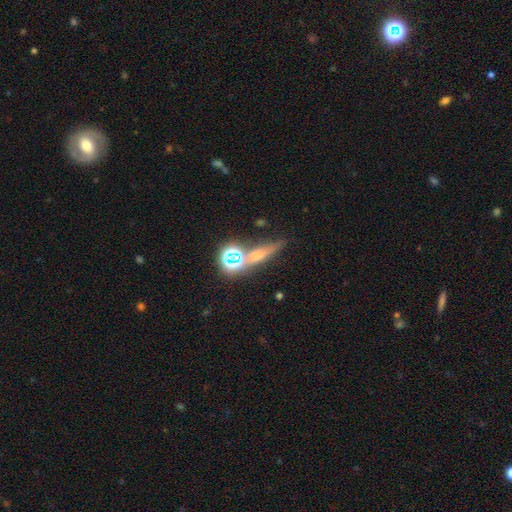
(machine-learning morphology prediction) Smooth or featured: star or artifact — 38% (smooth — 35%)